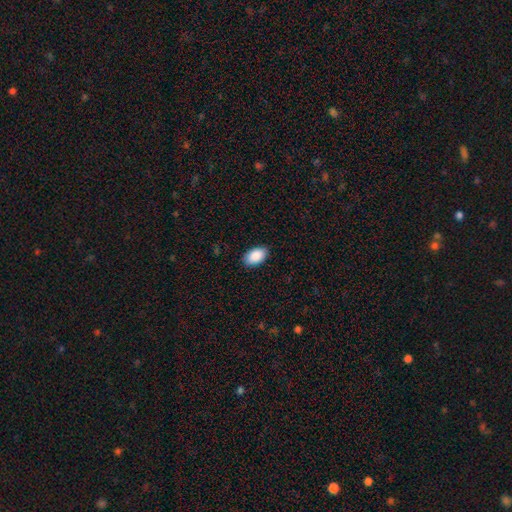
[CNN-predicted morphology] Q: Smooth or featured?
A: smooth (90%); runner-up: star or artifact (6%)
Q: How rounded?
A: in between (94%); runner-up: round (5%)
Q: Merging?
A: none (87%); runner-up: minor disturbance (10%)